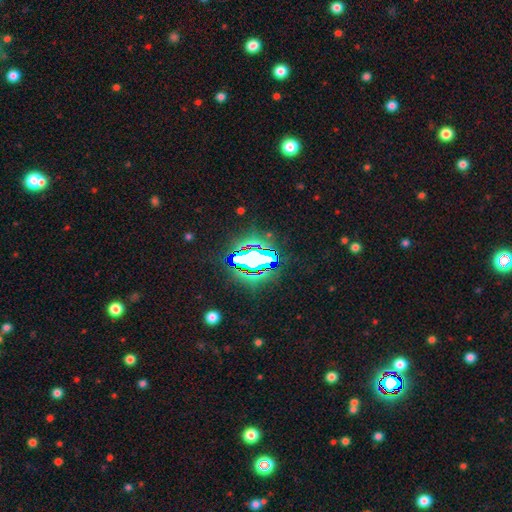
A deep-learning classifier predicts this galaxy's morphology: star or artifact 69%, smooth 18%, featured or disk 13%.